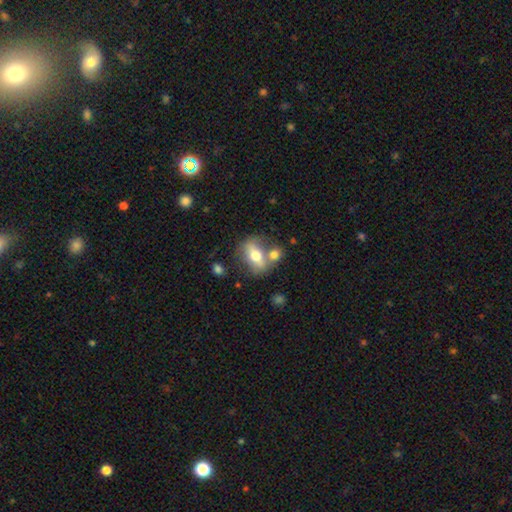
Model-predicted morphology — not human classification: type=smooth (51%); roundness=in between (69%); merging=none (53%).